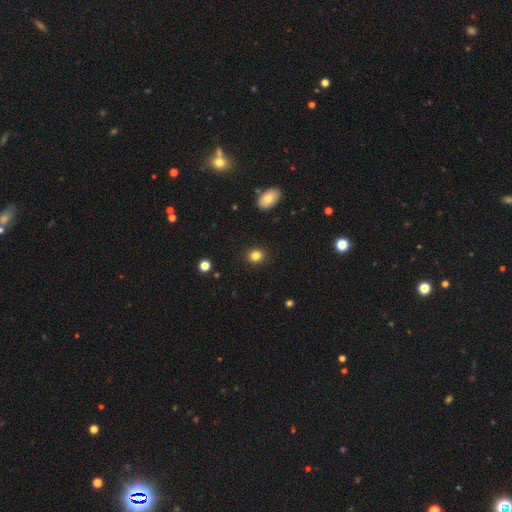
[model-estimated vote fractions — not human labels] Smooth or featured? smooth (83%)
How rounded? round (72%)
Merging? none (90%)